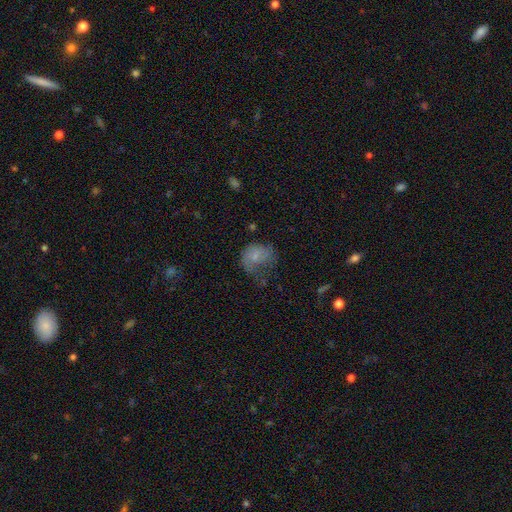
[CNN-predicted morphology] This is likely a smooth galaxy (63%). How rounded: possibly in between (53%). Merging: marginally major disturbance (40%).